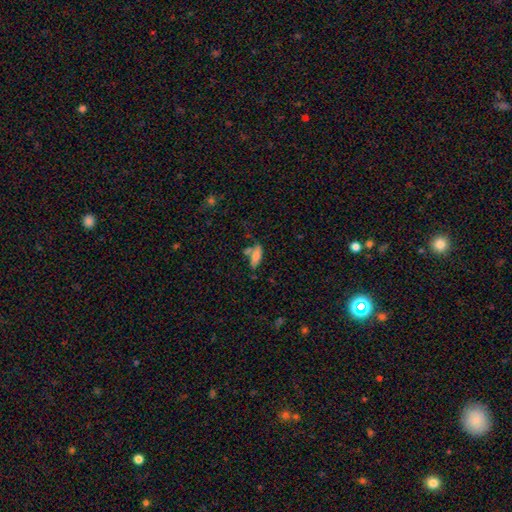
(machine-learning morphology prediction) smooth-or-featured: smooth: 75% | featured or disk: 16% | star or artifact: 9%
  how-rounded: in between: 68% | cigar-shaped: 29% | round: 3%
  merging: none: 47% | merger: 24% | minor disturbance: 20% | major disturbance: 8%